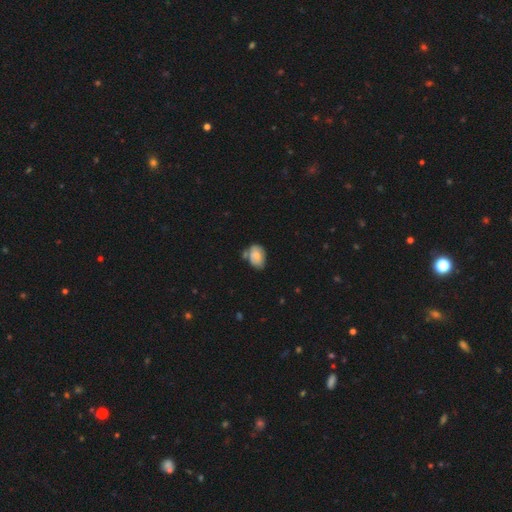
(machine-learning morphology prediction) Q: Smooth or featured?
A: smooth (66%); runner-up: featured or disk (25%)
Q: How rounded?
A: in between (78%); runner-up: round (21%)
Q: Merging?
A: none (47%); runner-up: minor disturbance (29%)